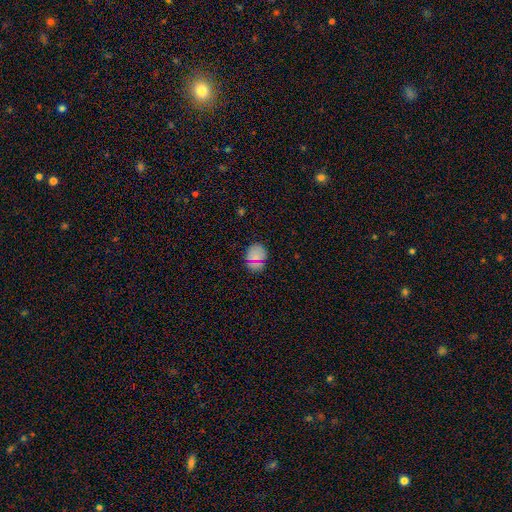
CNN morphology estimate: This is likely a smooth galaxy (76%). How rounded: likely round (72%). Merging: clearly none (86%).